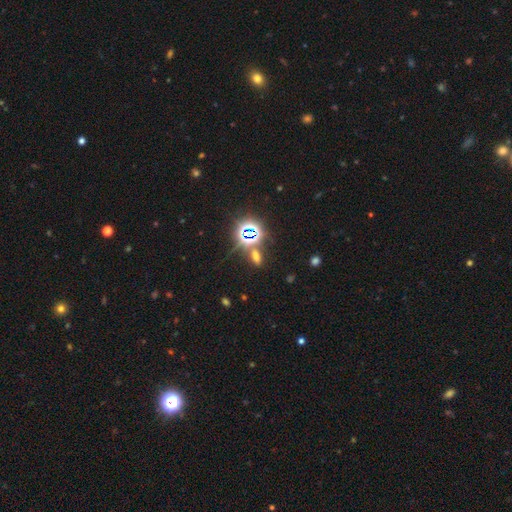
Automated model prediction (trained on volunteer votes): smooth-or-featured: star or artifact: 46% | smooth: 45% | featured or disk: 10%